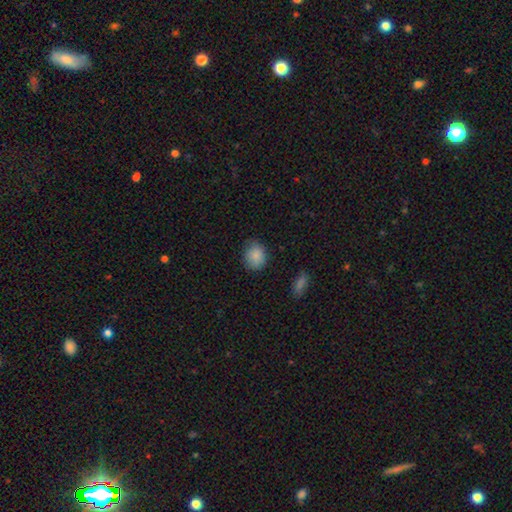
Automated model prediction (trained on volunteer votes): Overall: smooth (86%). How rounded: round (56%; in between 43%). Merging: none (73%).